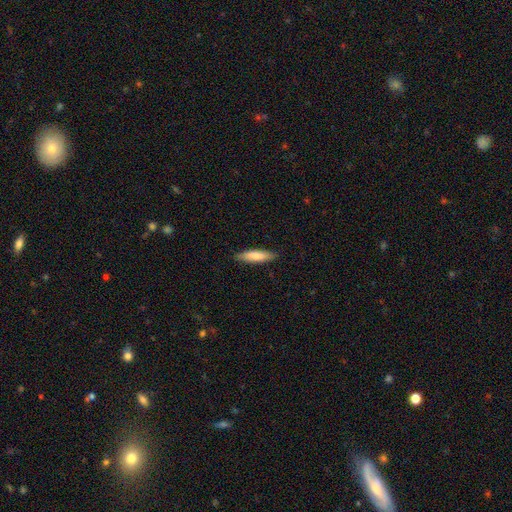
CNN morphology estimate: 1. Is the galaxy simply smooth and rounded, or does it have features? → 81% smooth, 14% featured or disk, 5% star or artifact.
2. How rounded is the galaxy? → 75% cigar-shaped, 24% in between, 1% round.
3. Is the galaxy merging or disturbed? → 88% none, 9% minor disturbance, 2% major disturbance, 1% merger.